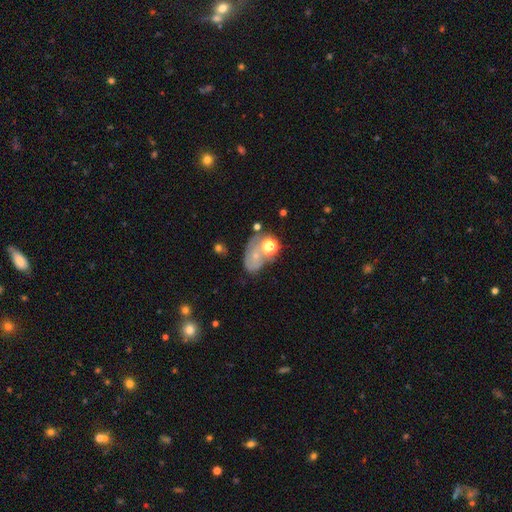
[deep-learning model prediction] Smooth or featured? Predicted: featured or disk (p=0.43). Merging? Predicted: none (p=0.39).